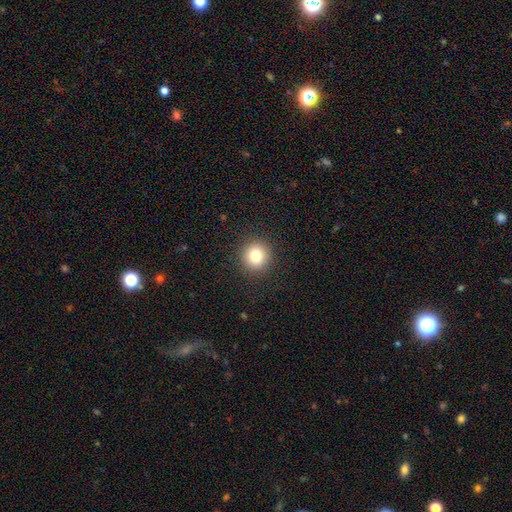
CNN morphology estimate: smooth 80%, star or artifact 12%, featured or disk 8%. Down the decision tree: how rounded — round (93%); merging — none (92%).